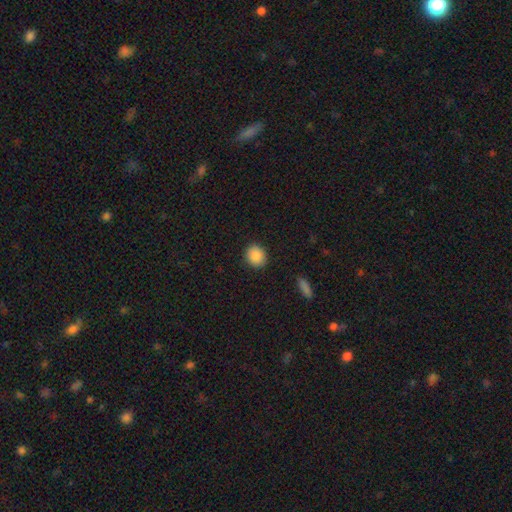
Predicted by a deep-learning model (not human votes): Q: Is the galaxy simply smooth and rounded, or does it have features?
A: smooth — 87%.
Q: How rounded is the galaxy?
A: round — 72%.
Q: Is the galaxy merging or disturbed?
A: none — 89%.